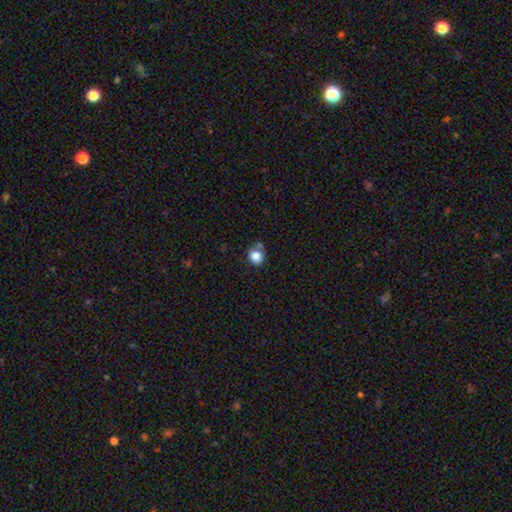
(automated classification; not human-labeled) This appears to be a smooth galaxy with no disk features (84%) that is round (77%). Merging: none (63%).